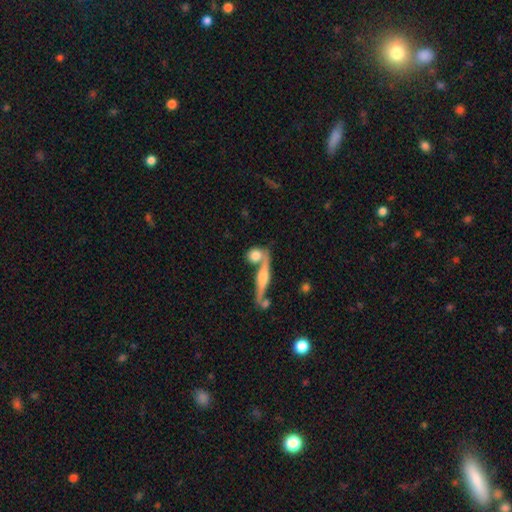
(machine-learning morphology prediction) A smooth galaxy with no disk features (65%) that is round (58%).

Vote fractions:
- Smooth or featured? smooth: 65% / featured or disk: 27% / star or artifact: 8%
- How rounded? round: 58% / in between: 28% / cigar-shaped: 13%
- Merging? none: 53% / merger: 31% / minor disturbance: 11% / major disturbance: 5%